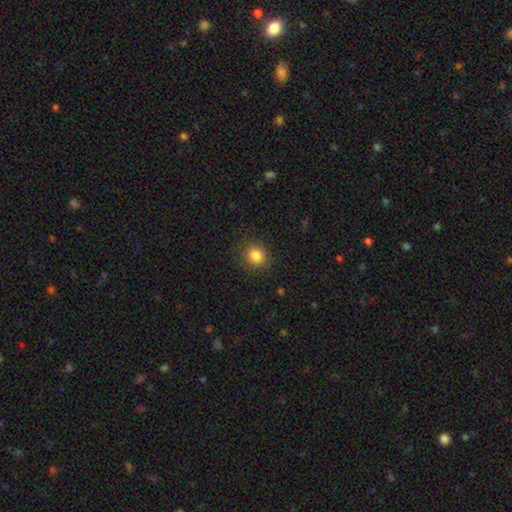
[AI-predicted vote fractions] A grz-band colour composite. It shows a smooth galaxy with no disk features (84%) that is round (82%). Merging: none (88%).